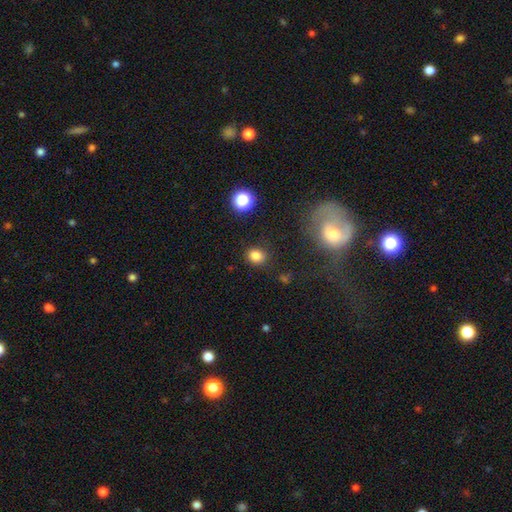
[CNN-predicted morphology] Smooth or featured: smooth — 83% (star or artifact — 12%)
How rounded: round — 63% (in between — 36%)
Merging: none — 86% (minor disturbance — 9%)